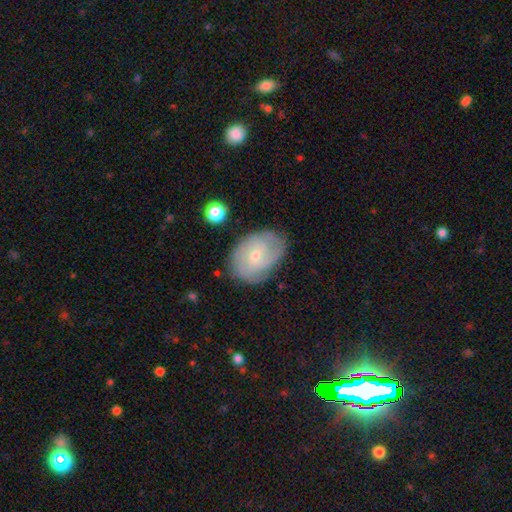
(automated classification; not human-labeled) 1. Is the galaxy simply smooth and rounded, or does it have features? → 63% featured or disk, 29% smooth, 7% star or artifact.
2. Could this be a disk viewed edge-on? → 96% no, 4% yes.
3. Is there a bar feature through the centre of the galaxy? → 70% no, 26% weak, 4% strong.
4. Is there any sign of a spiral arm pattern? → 84% yes, 16% no.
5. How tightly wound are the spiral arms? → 57% tight, 32% medium, 12% loose.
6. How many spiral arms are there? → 44% can't tell, 22% 2, 17% 3, 8% 4, 5% 1, 4% more than 4.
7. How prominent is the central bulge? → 69% small, 27% moderate, 1% none, 1% large, 1% dominant.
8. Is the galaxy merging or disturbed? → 74% none, 19% minor disturbance, 5% major disturbance, 2% merger.